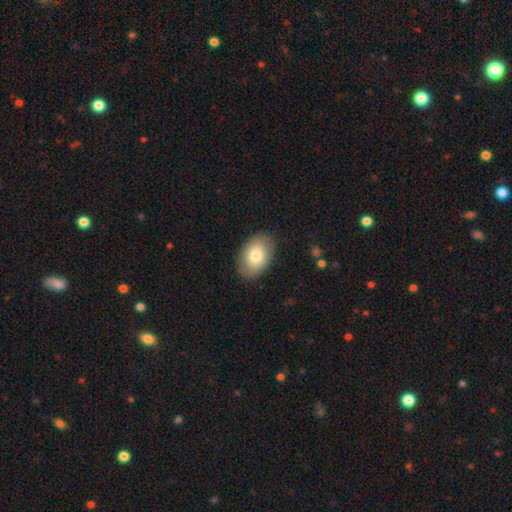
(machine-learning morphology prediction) type=smooth (79%); roundness=in between (88%); merging=none (86%).